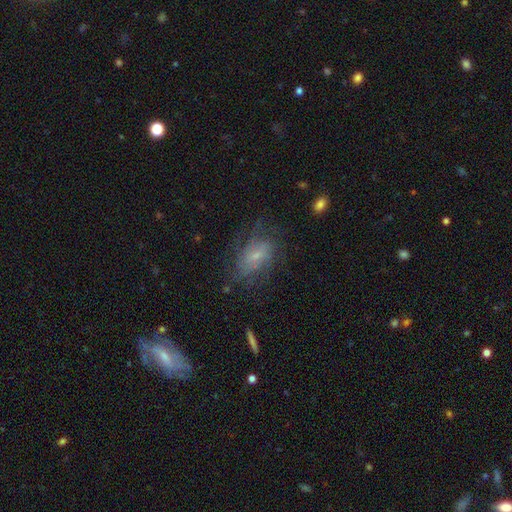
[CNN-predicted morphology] Smooth or featured? featured or disk (59%)
Edge-on disk? no (94%)
Bar? no (49%)
Spiral arms? yes (78%)
Bulge size? small (64%)
Merging? none (57%)